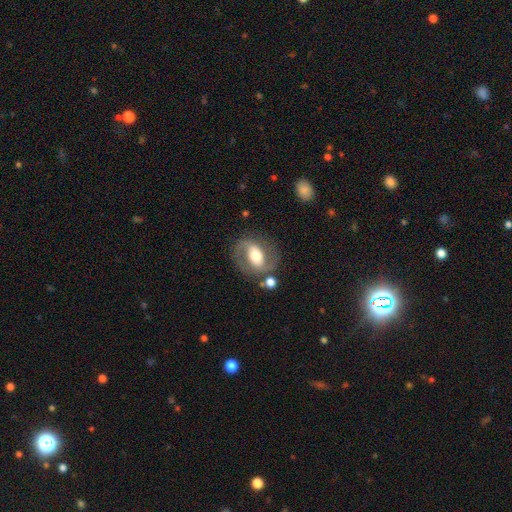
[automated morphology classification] The model was most divided on "bar": strong: 38%, weak: 36%, no: 27%. More confident: edge-on disk — no (96%); spiral arm count — 2 (89%); spiral arms — yes (88%); smooth or featured — featured or disk (77%); merging — none (74%); bulge size — moderate (63%); spiral winding — medium (55%).